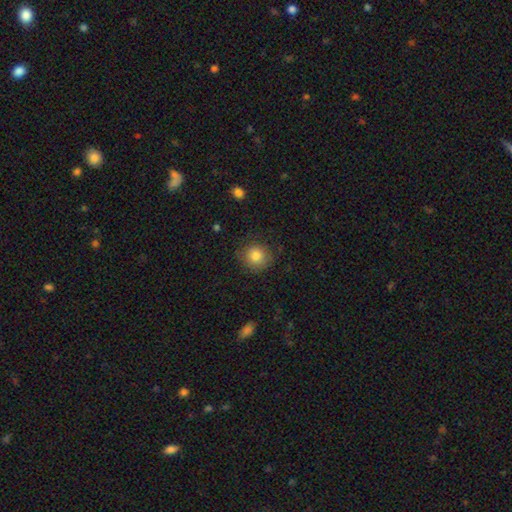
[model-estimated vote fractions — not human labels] Smooth or featured? smooth (83%)
How rounded? round (87%)
Merging? none (84%)